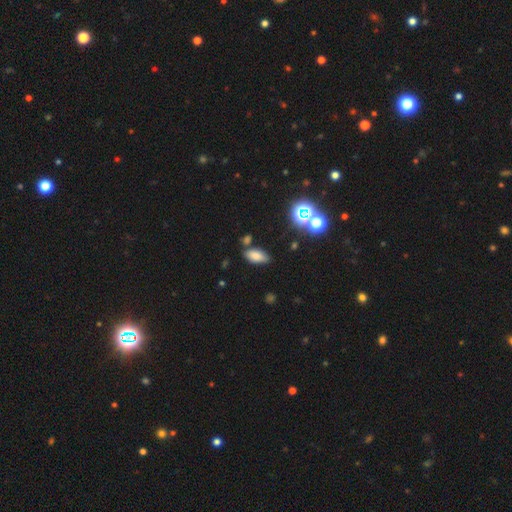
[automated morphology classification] smooth 76%, star or artifact 14%, featured or disk 10%. Down the decision tree: how rounded — in between (87%); merging — none (75%).